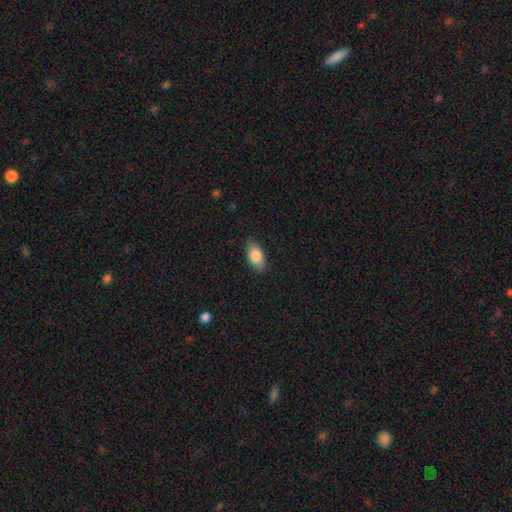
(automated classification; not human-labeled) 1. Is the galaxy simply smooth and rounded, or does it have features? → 84% smooth, 10% featured or disk, 6% star or artifact.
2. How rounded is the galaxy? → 91% in between, 6% cigar-shaped, 3% round.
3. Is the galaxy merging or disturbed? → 86% none, 11% minor disturbance, 2% major disturbance, 1% merger.